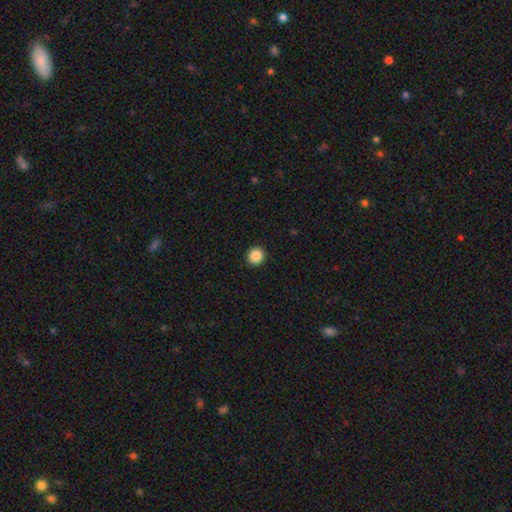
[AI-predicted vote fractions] This appears to be a smooth galaxy with no disk features (87%) that is round (93%). Merging: none (94%).